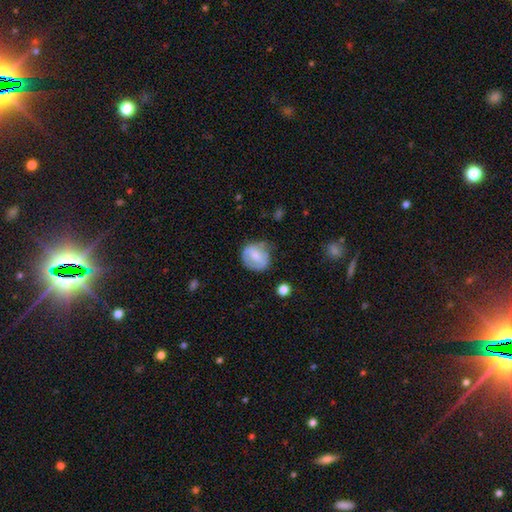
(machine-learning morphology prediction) Overall: smooth (60%; featured or disk 33%). How rounded: round (72%). Merging: none (53%; minor disturbance 32%).